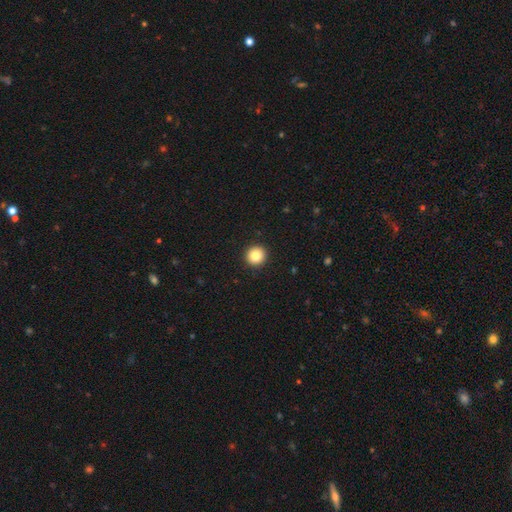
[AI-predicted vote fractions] A smooth galaxy with no disk features (83%) that is round (95%).

Vote fractions:
- Smooth or featured? smooth: 83% / star or artifact: 10% / featured or disk: 7%
- How rounded? round: 95% / in between: 4% / cigar-shaped: 1%
- Merging? none: 94% / minor disturbance: 4% / major disturbance: 1% / merger: 1%